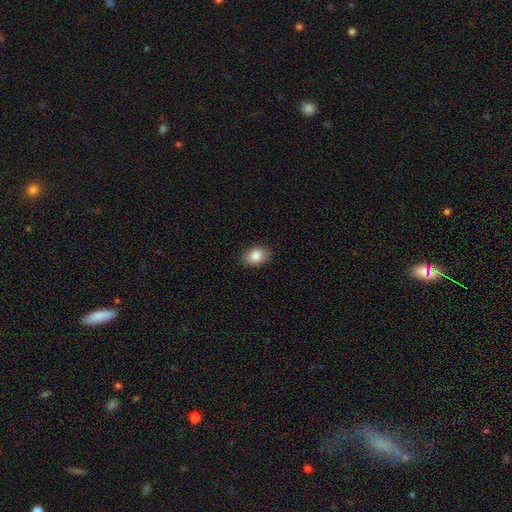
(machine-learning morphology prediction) A smooth galaxy with no disk features (86%) that is in between round and cigar-shaped (79%). Merging: none (88%).